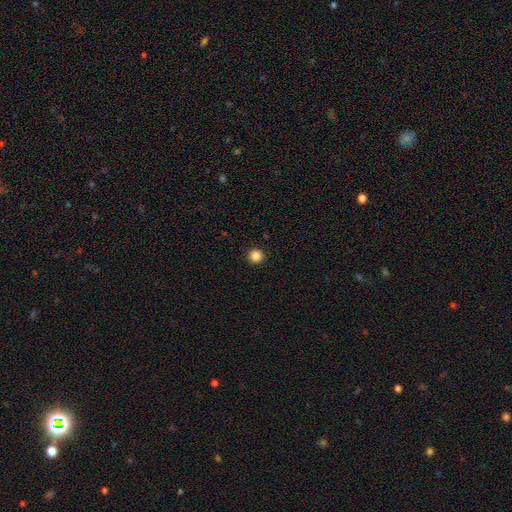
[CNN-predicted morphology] A smooth galaxy with no disk features (86%) that is round (95%).

Vote fractions:
- Smooth or featured? smooth: 86% / star or artifact: 11% / featured or disk: 3%
- How rounded? round: 95% / in between: 4% / cigar-shaped: 1%
- Merging? none: 93% / minor disturbance: 4% / major disturbance: 2% / merger: 1%